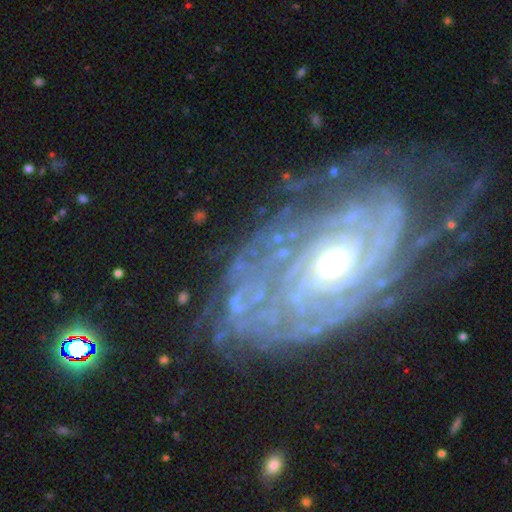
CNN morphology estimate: A featured or disk galaxy (88%) with no bar (56%), tight (80%) spiral arms (94%) and a moderate central bulge (60%). Merging: none (66%).